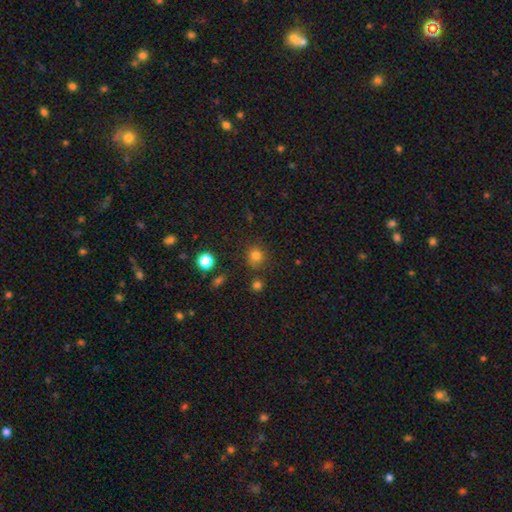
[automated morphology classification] smooth-or-featured: smooth: 80% | star or artifact: 14% | featured or disk: 6%
  how-rounded: round: 88% | in between: 11% | cigar-shaped: 1%
  merging: none: 82% | minor disturbance: 10% | merger: 5% | major disturbance: 3%